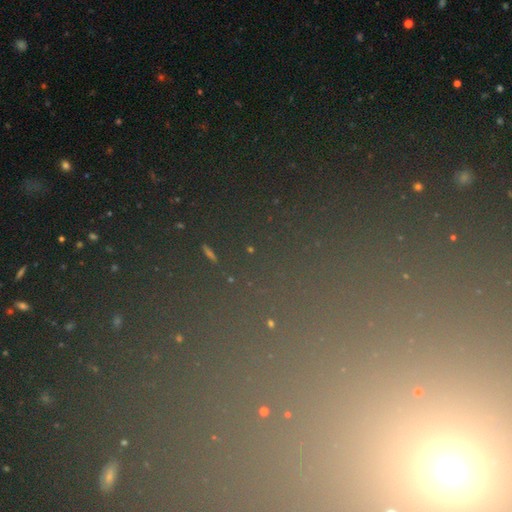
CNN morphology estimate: star or artifact 74%, smooth 16%, featured or disk 10%.